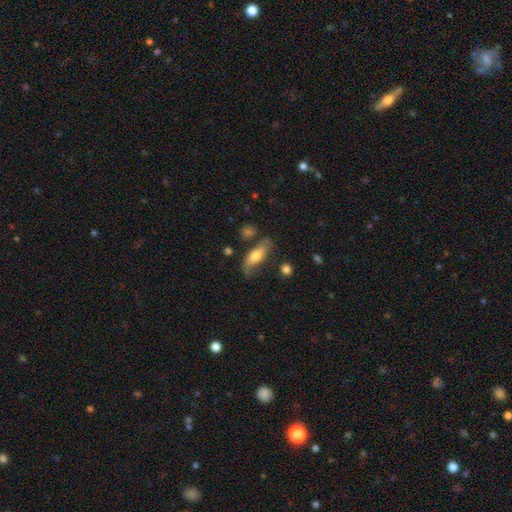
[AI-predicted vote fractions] This is likely a smooth galaxy (62%). How rounded: likely in between (70%). Merging: likely none (60%).